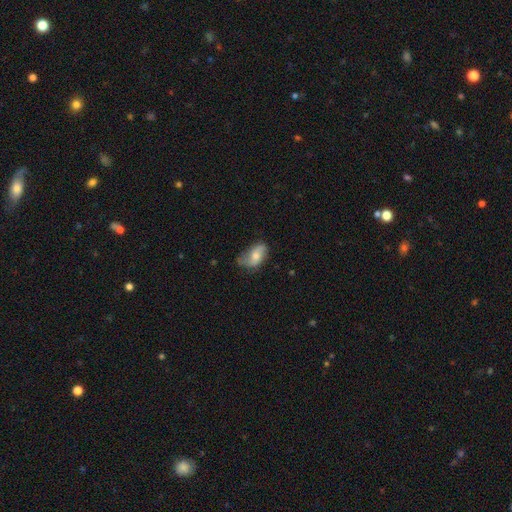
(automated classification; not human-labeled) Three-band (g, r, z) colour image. It shows a smooth galaxy with no disk features (47%). Merging: none (50%).